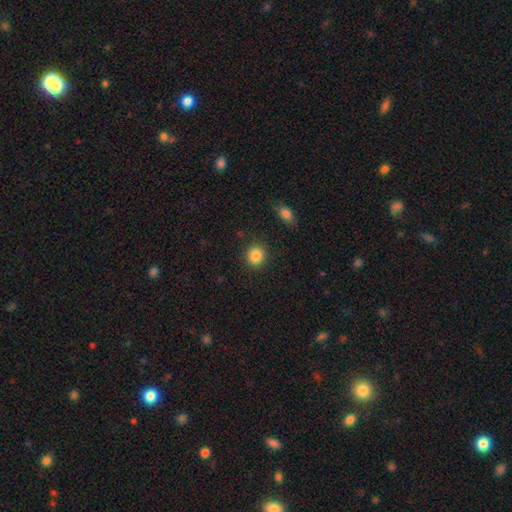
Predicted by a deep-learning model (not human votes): smooth 86%, star or artifact 10%, featured or disk 5%. Down the decision tree: how rounded — round (87%); merging — none (89%).